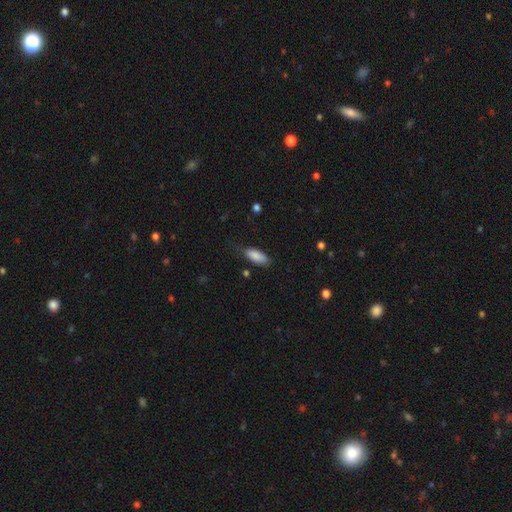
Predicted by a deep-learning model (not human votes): smooth 85%, featured or disk 9%, star or artifact 6%. Down the decision tree: how rounded — in between (81%); merging — none (64%).